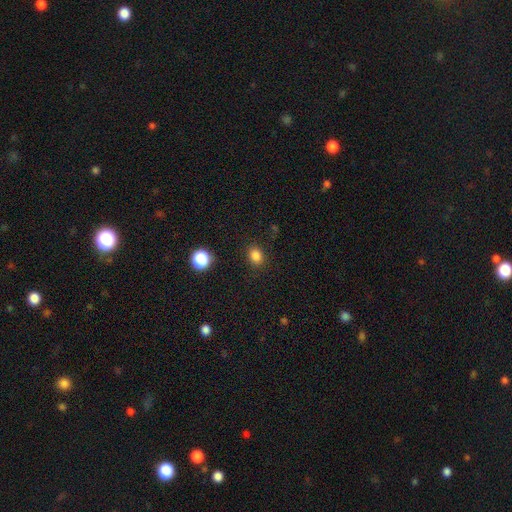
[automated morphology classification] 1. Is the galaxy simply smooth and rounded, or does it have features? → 83% smooth, 13% star or artifact, 4% featured or disk.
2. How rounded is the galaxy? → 60% round, 39% in between, 1% cigar-shaped.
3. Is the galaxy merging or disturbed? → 87% none, 8% minor disturbance, 3% major disturbance, 1% merger.